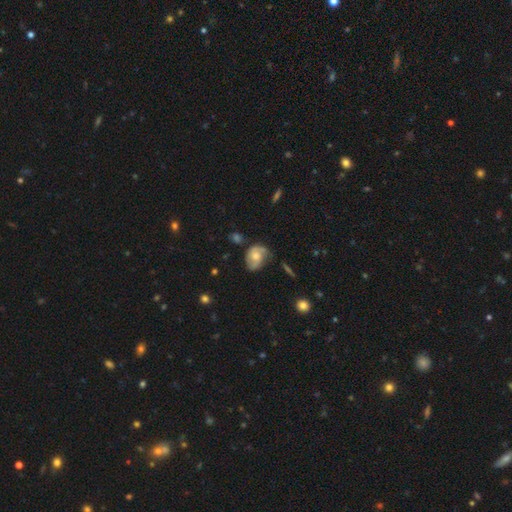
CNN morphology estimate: A featured or disk galaxy (55%) with no bar (72%), spiral arms (82%) and a moderate central bulge (57%). Merging: none (47%).